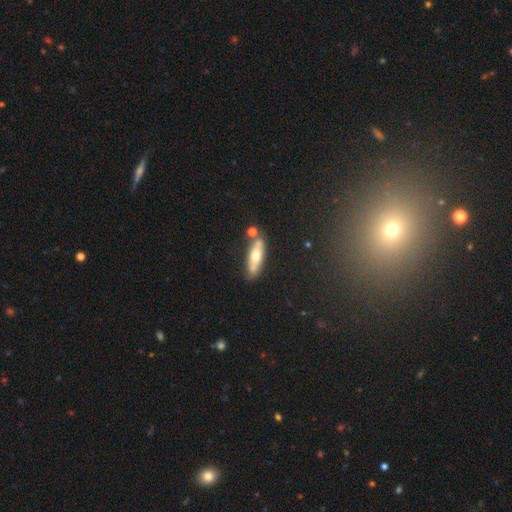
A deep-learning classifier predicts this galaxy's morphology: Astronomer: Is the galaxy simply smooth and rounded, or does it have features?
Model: smooth — 54% (runner-up: featured or disk, 39%).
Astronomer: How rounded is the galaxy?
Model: cigar-shaped — 54% (runner-up: in between, 43%).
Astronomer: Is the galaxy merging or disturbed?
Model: none — 70%.